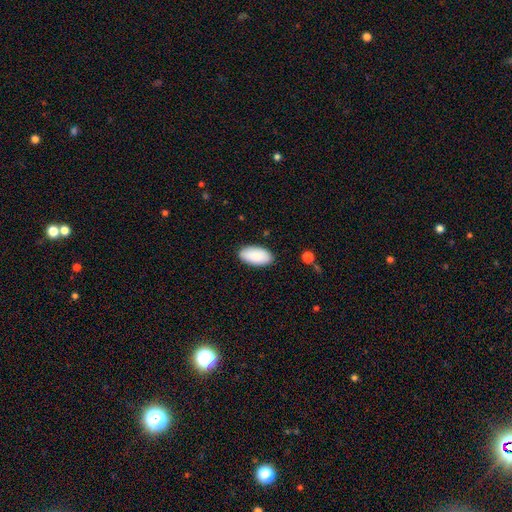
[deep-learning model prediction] Morphology: type=smooth (90%); roundness=in between (96%); merging=none (88%).